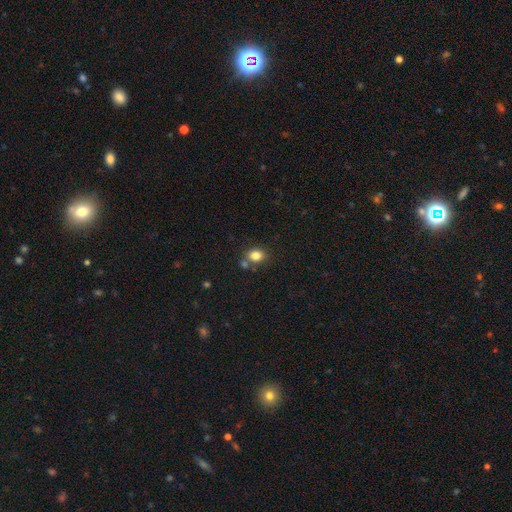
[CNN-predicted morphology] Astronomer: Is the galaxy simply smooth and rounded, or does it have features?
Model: smooth — 82%.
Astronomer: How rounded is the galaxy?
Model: in between — 53% (runner-up: round, 46%).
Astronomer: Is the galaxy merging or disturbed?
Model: none — 67%.